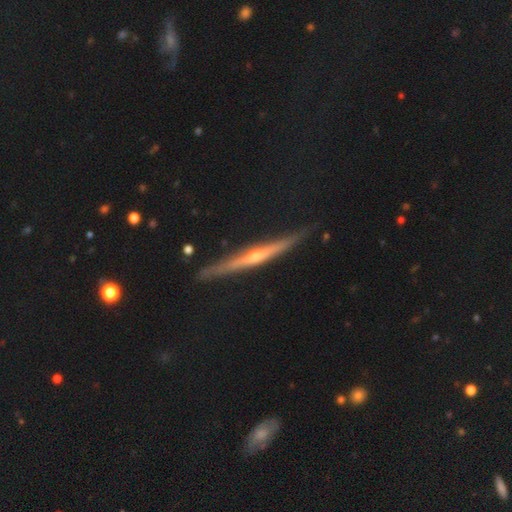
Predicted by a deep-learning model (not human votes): Overall: featured or disk (79%). Edge-on disk: yes (97%). Edge-on bulge: rounded (78%). Merging: none (86%).